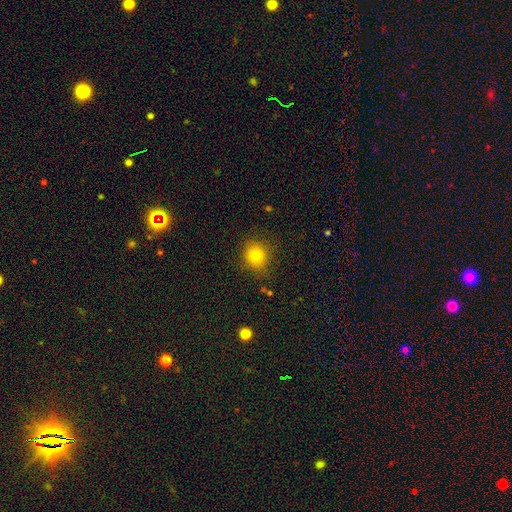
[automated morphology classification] type=smooth (81%); roundness=round (84%); merging=none (85%).